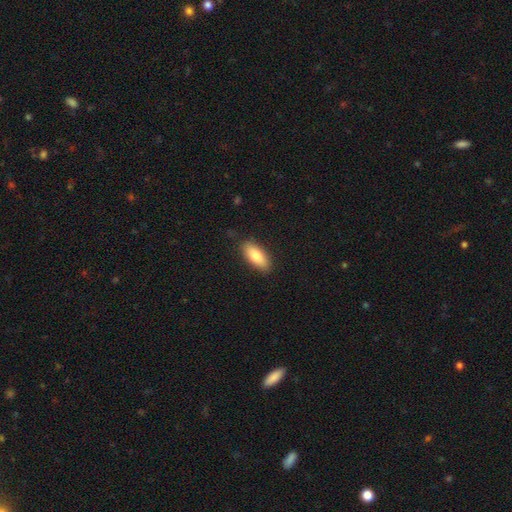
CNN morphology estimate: smooth 81%, featured or disk 12%, star or artifact 6%. Down the decision tree: how rounded — in between (80%); merging — none (85%).